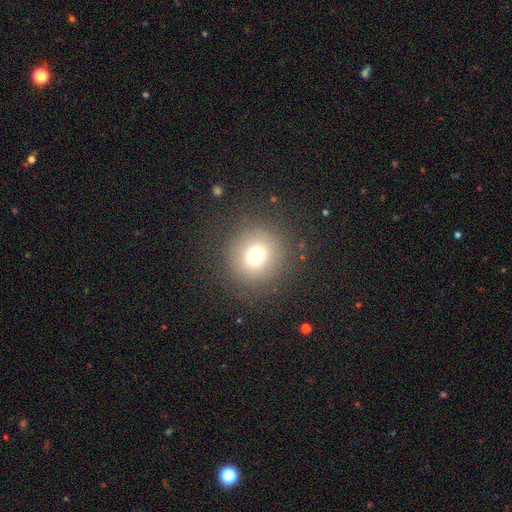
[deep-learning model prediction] The model was most divided on "smooth or featured": smooth: 72%, star or artifact: 17%, featured or disk: 11%. More confident: how rounded — round (94%); merging — none (86%).